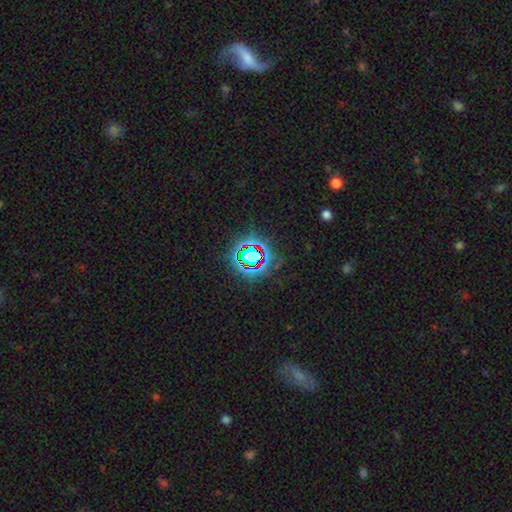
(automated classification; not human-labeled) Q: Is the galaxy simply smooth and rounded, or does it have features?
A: star or artifact — 75%.